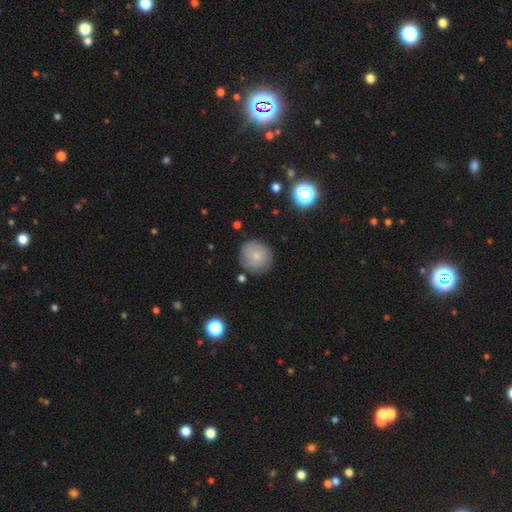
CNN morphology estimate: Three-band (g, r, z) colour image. It shows a smooth galaxy with no disk features (75%) that is round (91%). Merging: none (82%).